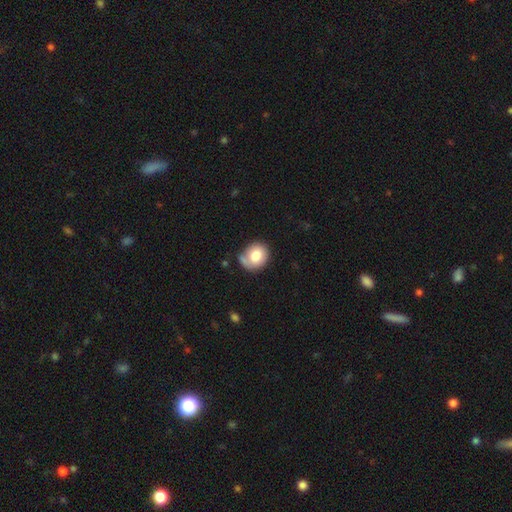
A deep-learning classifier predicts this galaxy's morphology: Smooth or featured? smooth (78%)
How rounded? round (72%)
Merging? none (57%)